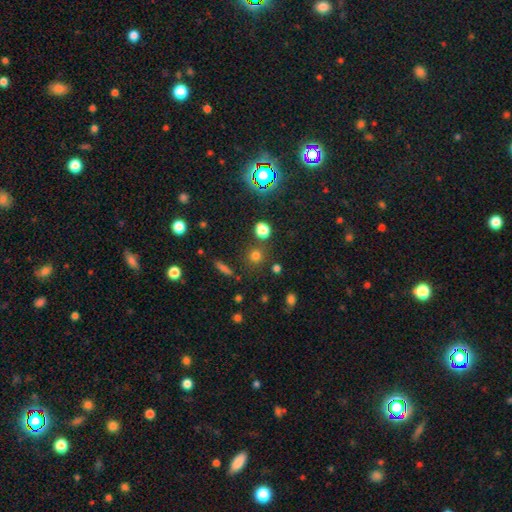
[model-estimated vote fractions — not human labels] A smooth galaxy with no disk features (72%) that is round (90%). Merging: none (80%).